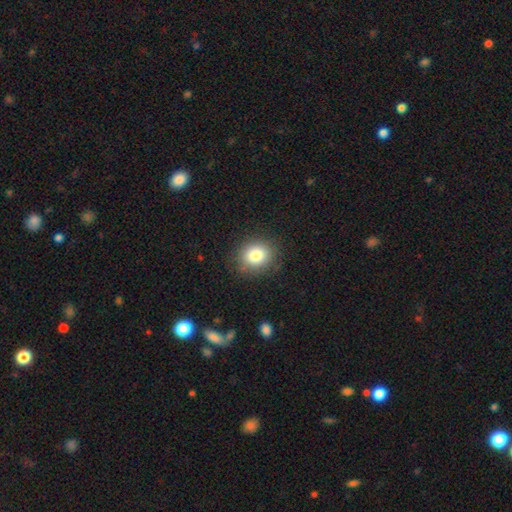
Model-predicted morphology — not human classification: This is clearly a smooth galaxy (82%). How rounded: likely round (69%). Merging: clearly none (85%).